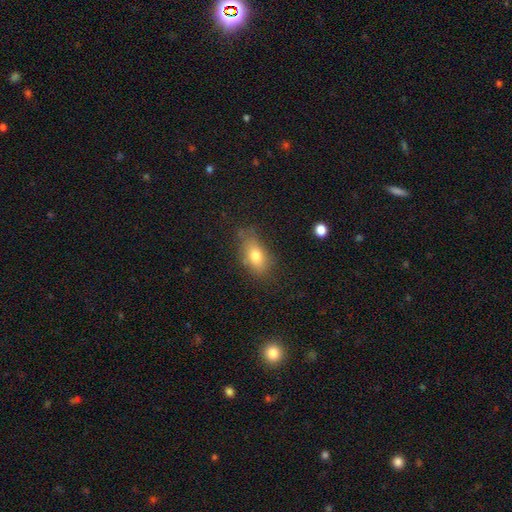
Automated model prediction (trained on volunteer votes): Smooth or featured?
  - smooth: 76% *
  - featured or disk: 14%
  - star or artifact: 10%
How rounded?
  - in between: 83% *
  - round: 13%
  - cigar-shaped: 4%
Merging?
  - none: 65% *
  - minor disturbance: 23%
  - major disturbance: 9%
  - merger: 3%